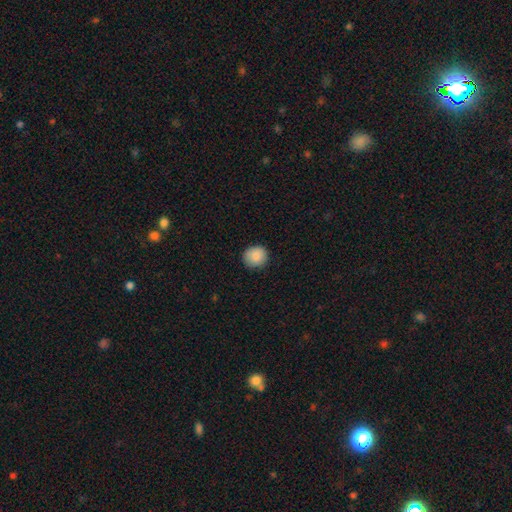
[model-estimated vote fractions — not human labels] Overall: smooth (88%). How rounded: round (87%). Merging: none (86%).